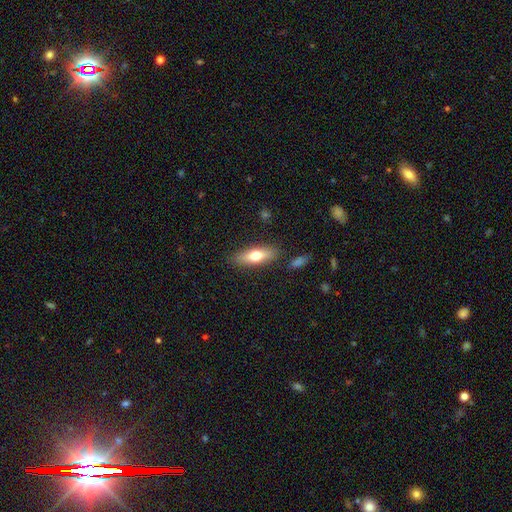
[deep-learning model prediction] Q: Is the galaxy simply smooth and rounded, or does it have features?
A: smooth — 68%.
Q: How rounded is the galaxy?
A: in between — 56%.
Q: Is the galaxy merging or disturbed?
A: none — 85%.